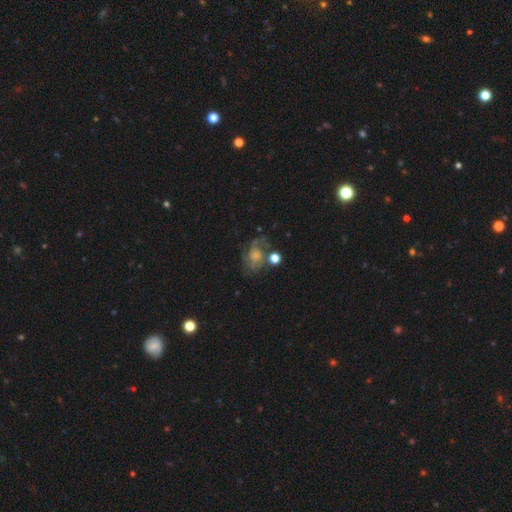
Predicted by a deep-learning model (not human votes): A featured or disk galaxy (61%) with no bar (78%), spiral arms (80%) and a small central bulge (39%).

Vote fractions:
- Smooth or featured? featured or disk: 61% / smooth: 28% / star or artifact: 11%
- Edge-on disk? no: 97% / yes: 3%
- Bar? no: 78% / weak: 19% / strong: 3%
- Spiral arms? yes: 80% / no: 20%
- Bulge size? small: 39% / moderate: 29% / none: 18% / large: 11% / dominant: 3%
- Merging? none: 43% / major disturbance: 25% / minor disturbance: 21% / merger: 11%